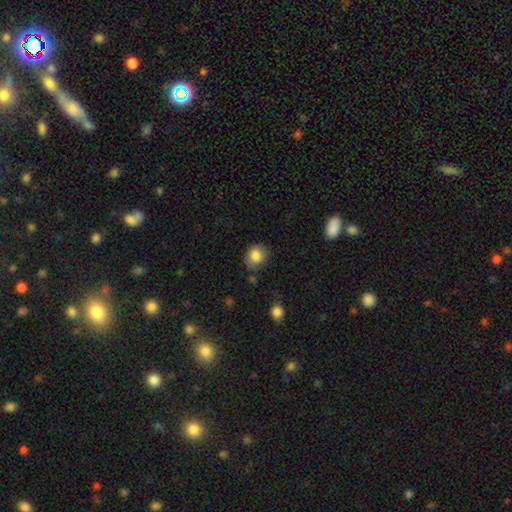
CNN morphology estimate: The model was most divided on "how rounded": round: 68%, in between: 31%, cigar-shaped: 1%. More confident: smooth or featured — smooth (84%); merging — none (73%).